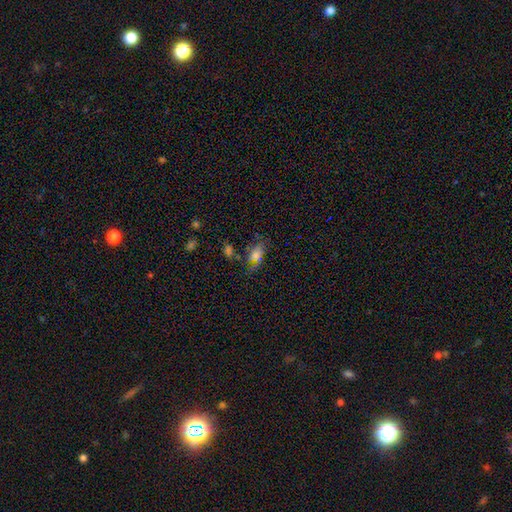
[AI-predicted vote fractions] A smooth galaxy with no disk features (61%) that is in between round and cigar-shaped (84%). Merging: none (54%).